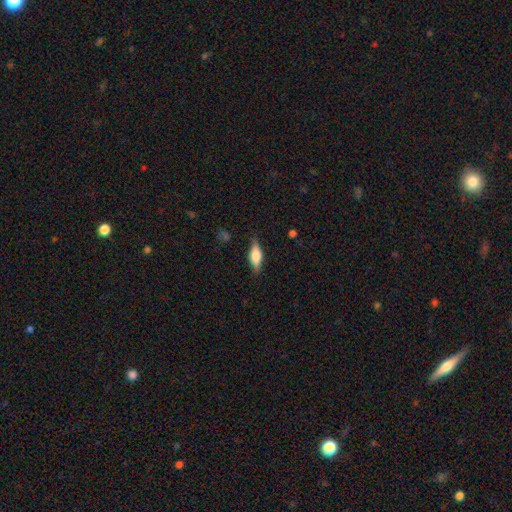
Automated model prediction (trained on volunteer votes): smooth 59%, featured or disk 34%, star or artifact 7%. Down the decision tree: how rounded — in between (67%); merging — none (81%).